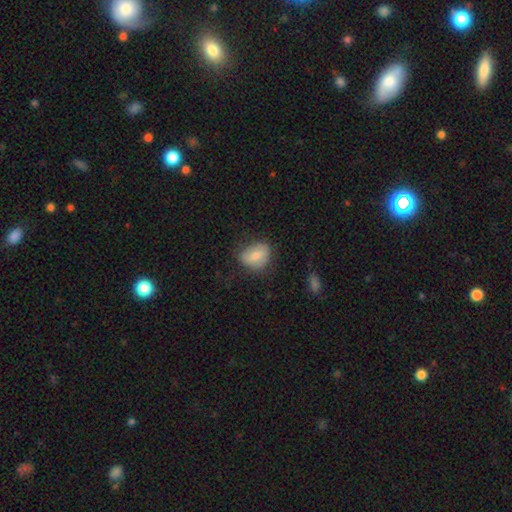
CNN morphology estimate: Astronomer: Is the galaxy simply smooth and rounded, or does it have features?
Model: smooth — 72%.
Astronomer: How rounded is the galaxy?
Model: in between — 63%.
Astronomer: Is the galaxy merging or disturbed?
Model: none — 61%.